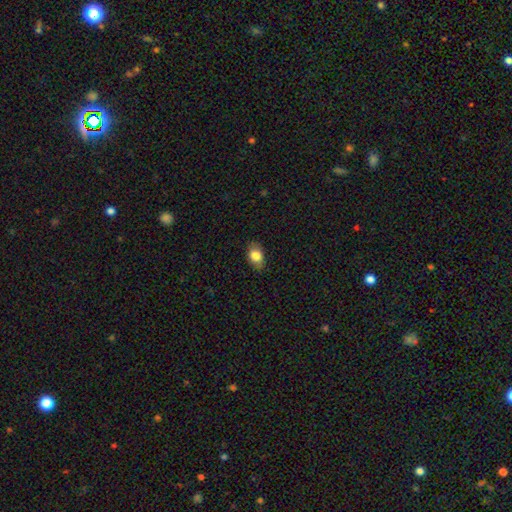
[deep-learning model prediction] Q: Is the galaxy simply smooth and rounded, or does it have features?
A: smooth — 82%.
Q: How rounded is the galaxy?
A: in between — 76%.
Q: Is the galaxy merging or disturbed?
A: none — 81%.